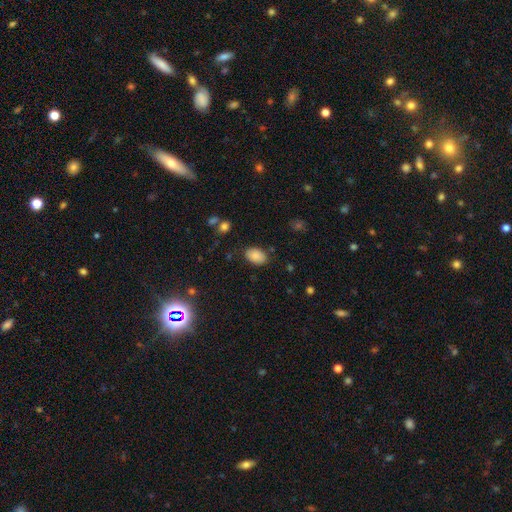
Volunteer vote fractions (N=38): A smooth galaxy with no disk features (82%) that is in between round and cigar-shaped (87%). Merging: none (82%).